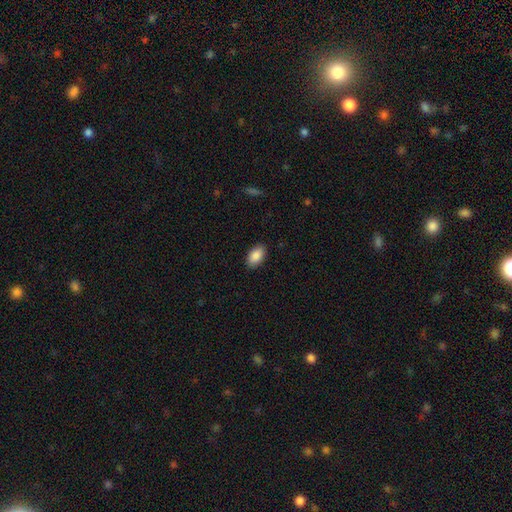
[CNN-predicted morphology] smooth-or-featured: smooth: 89% | star or artifact: 7% | featured or disk: 5%
  how-rounded: in between: 94% | round: 4% | cigar-shaped: 2%
  merging: none: 89% | minor disturbance: 8% | major disturbance: 2% | merger: 1%